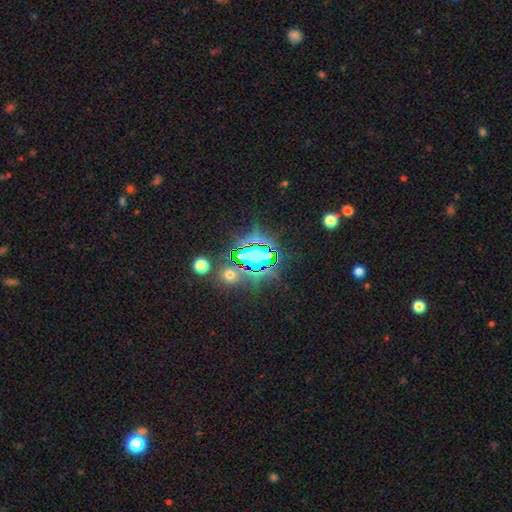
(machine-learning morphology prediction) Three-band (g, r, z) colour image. It shows a star or artifact, not a galaxy (67%).